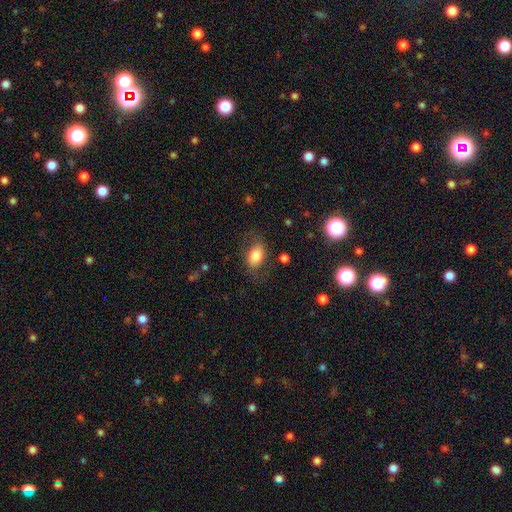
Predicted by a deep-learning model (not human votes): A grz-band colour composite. It shows a smooth galaxy with no disk features (77%) that is in between round and cigar-shaped (84%). Merging: none (70%).